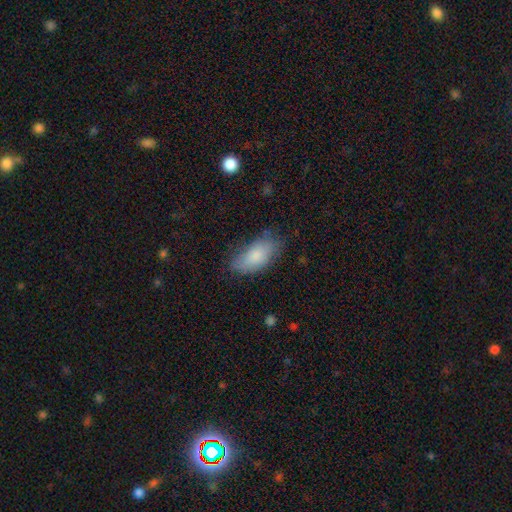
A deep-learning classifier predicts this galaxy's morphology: Overall: smooth (83%). How rounded: in between (90%). Merging: none (69%).